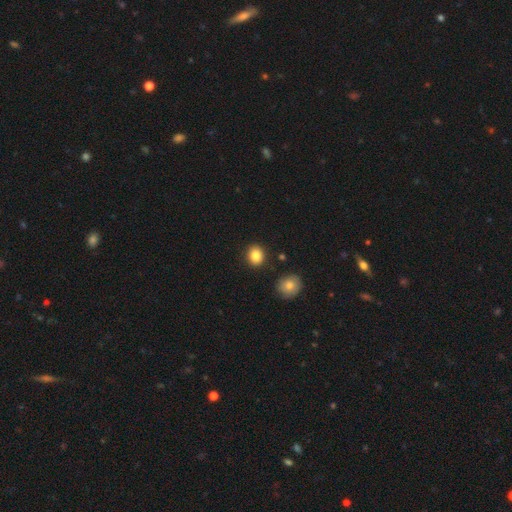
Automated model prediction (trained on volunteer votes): Smooth or featured? Predicted: smooth (p=0.85). How rounded? Predicted: round (p=0.71). Merging? Predicted: none (p=0.88).